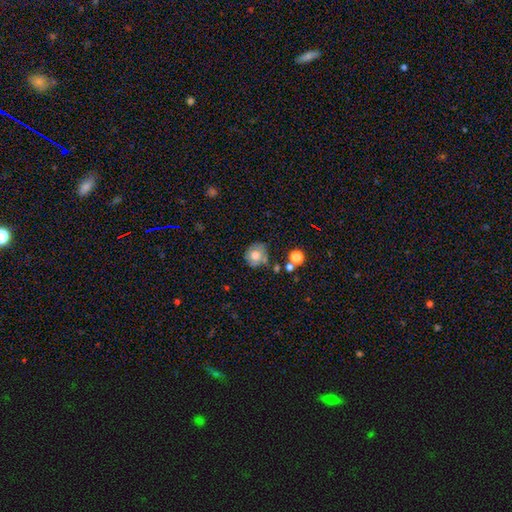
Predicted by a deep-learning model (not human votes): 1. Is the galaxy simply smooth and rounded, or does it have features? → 69% smooth, 21% featured or disk, 10% star or artifact.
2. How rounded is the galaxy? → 80% round, 19% in between, 1% cigar-shaped.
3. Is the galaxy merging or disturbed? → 60% none, 24% minor disturbance, 9% merger, 8% major disturbance.